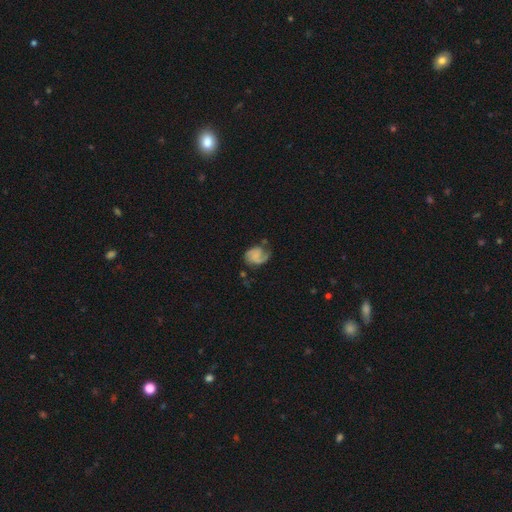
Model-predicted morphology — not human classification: A featured or disk galaxy (62%) with no bar (66%), 2 (54%) medium (41%) spiral arms (88%) and no central bulge (57%). Merging: none (47%).